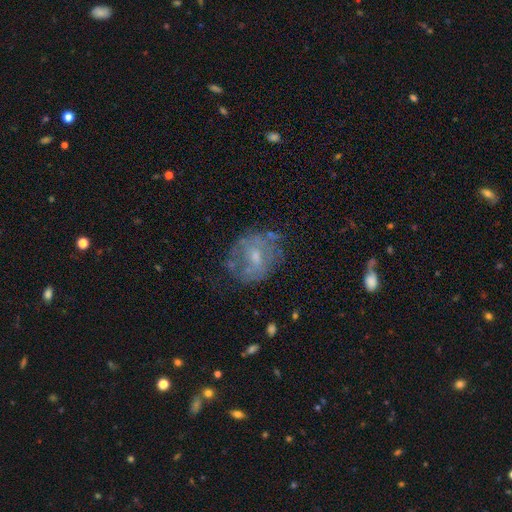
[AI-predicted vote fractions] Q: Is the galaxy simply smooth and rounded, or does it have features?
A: featured or disk — 58%.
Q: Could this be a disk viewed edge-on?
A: no — 97%.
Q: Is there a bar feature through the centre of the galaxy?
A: no — 58%.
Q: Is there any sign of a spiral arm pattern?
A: no — 62%.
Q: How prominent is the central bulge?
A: small — 47%.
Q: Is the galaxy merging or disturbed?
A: none — 58%.